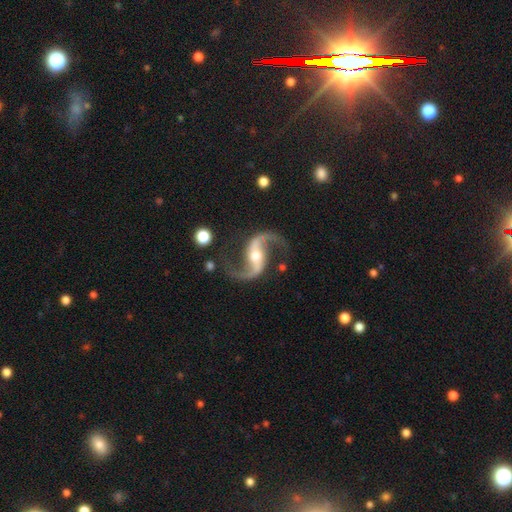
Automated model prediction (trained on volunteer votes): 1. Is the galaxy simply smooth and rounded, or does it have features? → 94% featured or disk, 4% star or artifact, 2% smooth.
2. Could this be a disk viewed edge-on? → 98% no, 2% yes.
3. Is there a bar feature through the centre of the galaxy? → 41% strong, 33% weak, 26% no.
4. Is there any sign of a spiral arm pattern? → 98% yes, 2% no.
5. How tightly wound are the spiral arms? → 67% loose, 28% medium, 5% tight.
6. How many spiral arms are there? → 95% 2, 1% 1, 1% can't tell, 1% 3, 1% 4, 1% more than 4.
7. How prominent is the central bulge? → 60% moderate, 31% small, 5% large, 2% none, 1% dominant.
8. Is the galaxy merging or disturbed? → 82% none, 11% minor disturbance, 5% major disturbance, 2% merger.